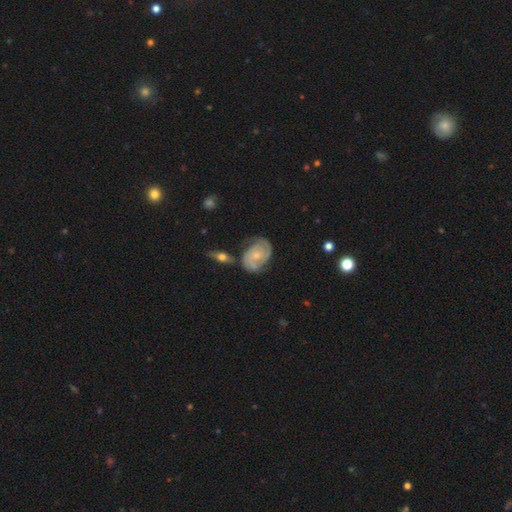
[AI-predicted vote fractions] A featured or disk galaxy (75%) with no bar (70%), 2 (64%) tight (52%) spiral arms (91%) and a small central bulge (63%). Merging: none (61%).